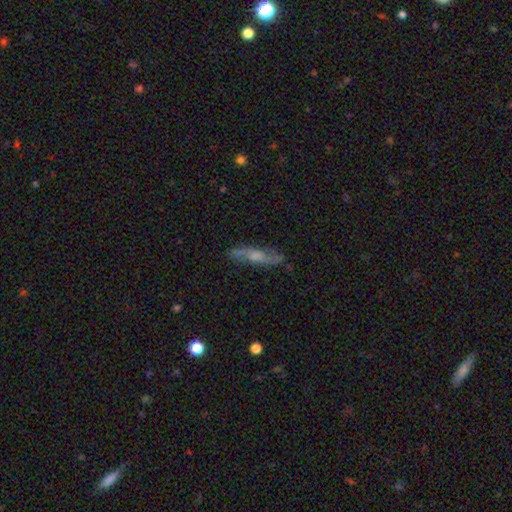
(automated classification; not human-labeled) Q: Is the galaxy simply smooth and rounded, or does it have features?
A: featured or disk — 59%.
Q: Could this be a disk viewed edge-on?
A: yes — 52%.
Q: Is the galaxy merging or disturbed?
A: none — 79%.